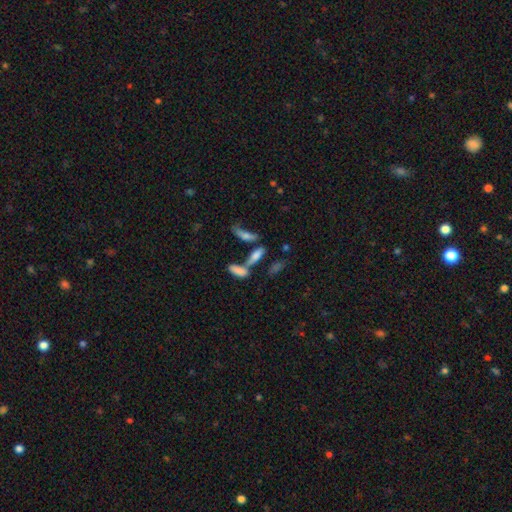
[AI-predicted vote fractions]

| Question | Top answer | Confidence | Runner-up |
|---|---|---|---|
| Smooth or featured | smooth | 65% | featured or disk (24%) |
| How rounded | cigar-shaped | 50% | in between (47%) |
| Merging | none | 43% | merger (37%) |